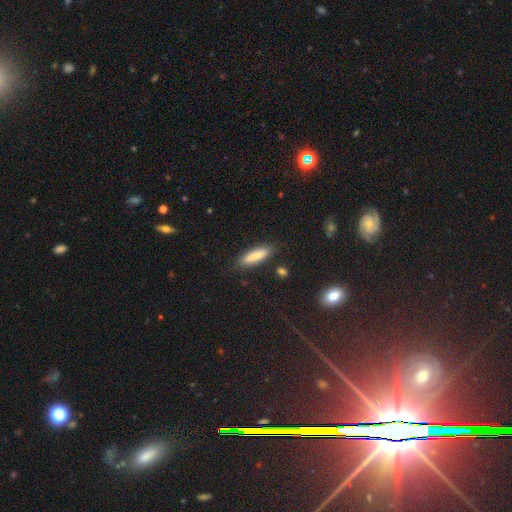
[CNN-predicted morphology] Smooth or featured? Predicted: smooth (p=0.84). How rounded? Predicted: cigar-shaped (p=0.64). Merging? Predicted: none (p=0.85).